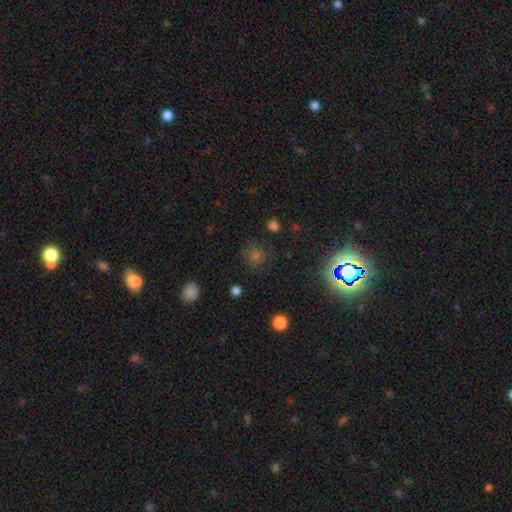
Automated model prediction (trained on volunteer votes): Morphology: type=smooth (51%); roundness=round (88%); merging=none (82%).